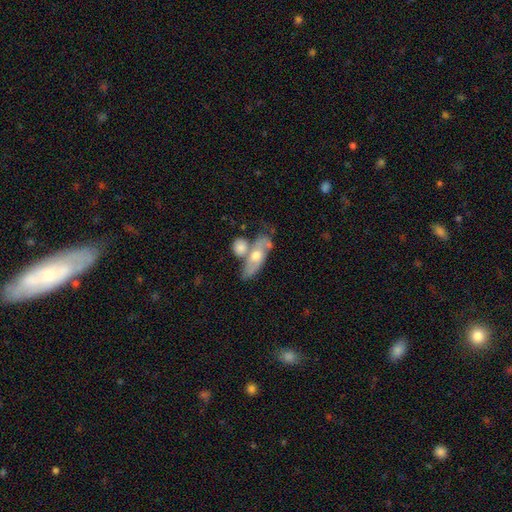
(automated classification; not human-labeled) This is possibly a featured or disk galaxy (49%). Merging: marginally merger (42%).